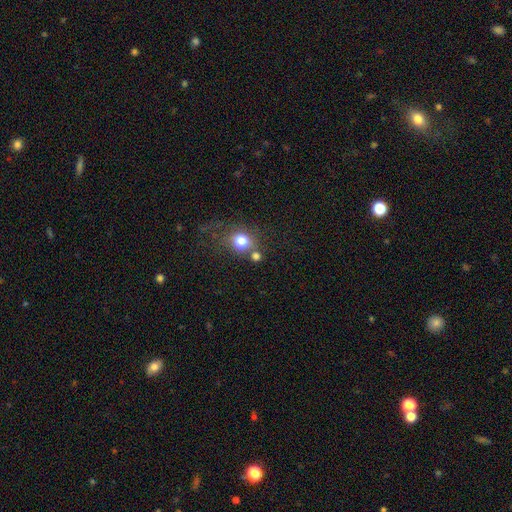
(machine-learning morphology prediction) A smooth galaxy with no disk features (75%) that is round (79%). Merging: none (58%).